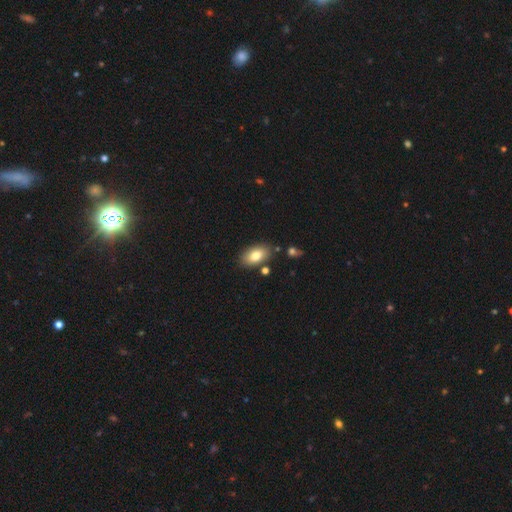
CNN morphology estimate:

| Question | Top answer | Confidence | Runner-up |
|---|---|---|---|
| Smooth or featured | smooth | 80% | featured or disk (13%) |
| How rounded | in between | 92% | round (6%) |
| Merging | none | 82% | minor disturbance (10%) |